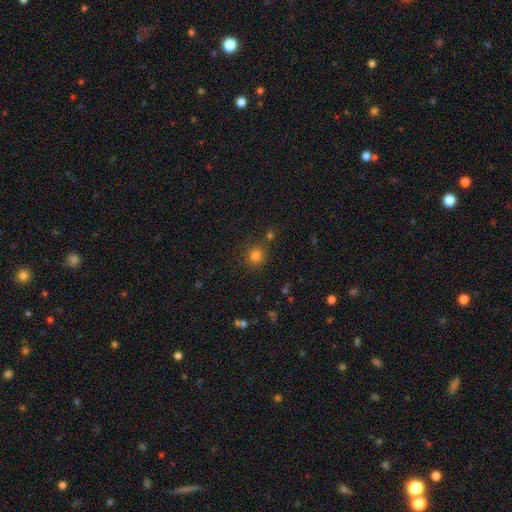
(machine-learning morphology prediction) Smooth or featured? smooth (78%)
How rounded? round (91%)
Merging? none (80%)